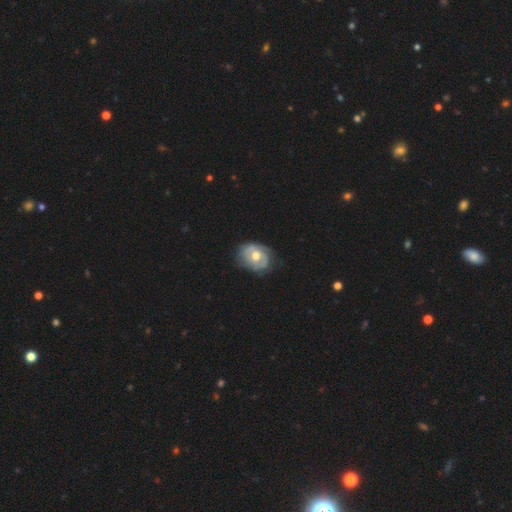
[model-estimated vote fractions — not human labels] This appears to be a featured or disk galaxy (67%) with no bar (70%), 2 (46%) tight (58%) spiral arms (77%) and a moderate central bulge (76%). Merging: none (65%).